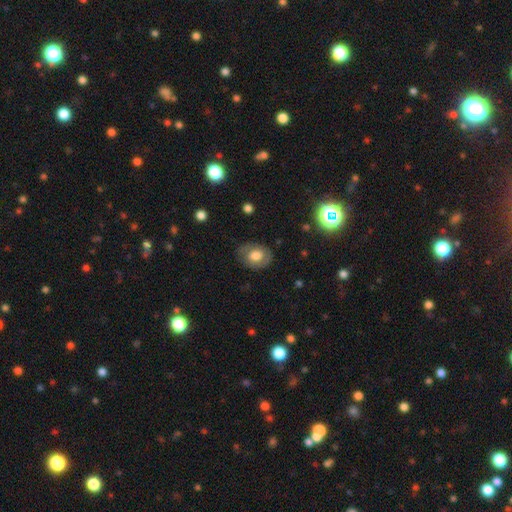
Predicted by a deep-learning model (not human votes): Morphology: type=smooth (58%); roundness=in between (63%); merging=none (77%).